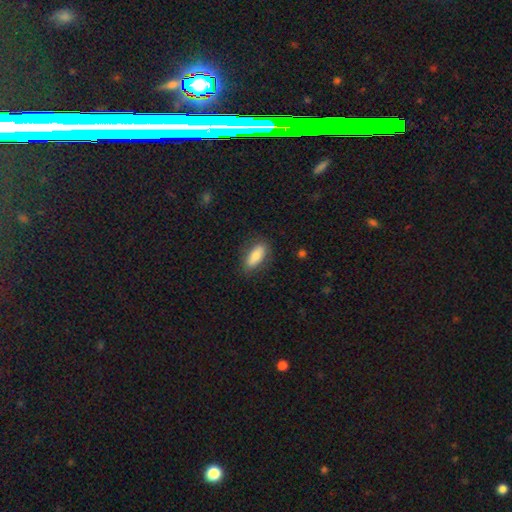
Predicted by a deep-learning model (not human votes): A smooth galaxy with no disk features (83%) that is in between round and cigar-shaped (75%). Merging: none (80%).